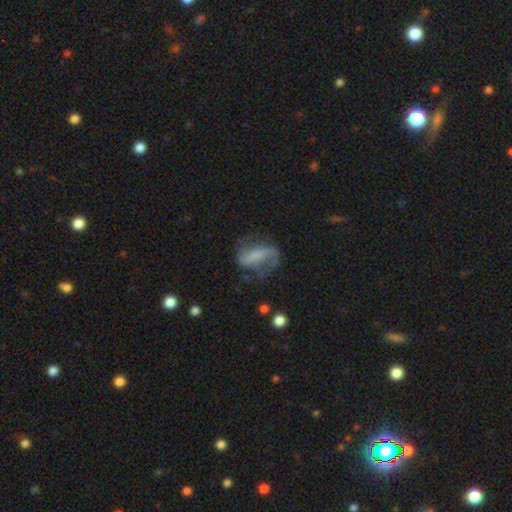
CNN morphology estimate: smooth_or_featured: featured or disk (p=0.67) [alt: smooth p=0.24]
disk_edge_on: no (p=0.94) [alt: yes p=0.06]
bar: strong (p=0.47) [alt: weak p=0.31]
has_spiral_arms: yes (p=0.84) [alt: no p=0.16]
spiral_winding: loose (p=0.60) [alt: medium p=0.30]
spiral_arm_count: 2 (p=0.77) [alt: 1 p=0.13]
bulge_size: none (p=0.56) [alt: small p=0.22]
merging: none (p=0.51) [alt: major disturbance p=0.23]